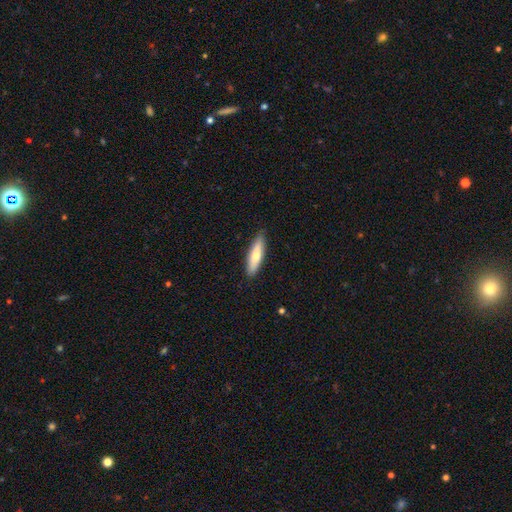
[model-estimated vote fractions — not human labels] The model was most divided on "how rounded": cigar-shaped: 68%, in between: 30%, round: 2%. More confident: merging — none (87%); smooth or featured — smooth (67%).